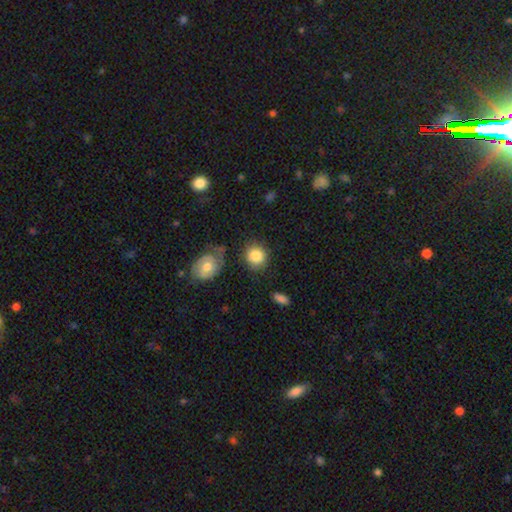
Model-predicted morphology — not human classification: A smooth galaxy with no disk features (84%) that is round (81%).

Vote fractions:
- Smooth or featured? smooth: 84% / featured or disk: 9% / star or artifact: 7%
- How rounded? round: 81% / in between: 18% / cigar-shaped: 1%
- Merging? none: 71% / minor disturbance: 15% / merger: 8% / major disturbance: 6%